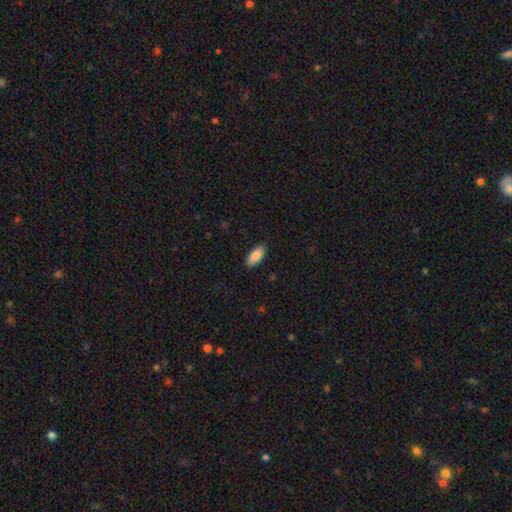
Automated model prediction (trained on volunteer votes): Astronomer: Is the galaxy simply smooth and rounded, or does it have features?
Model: smooth — 88%.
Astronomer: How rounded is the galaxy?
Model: in between — 89%.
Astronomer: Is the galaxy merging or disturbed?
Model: none — 88%.